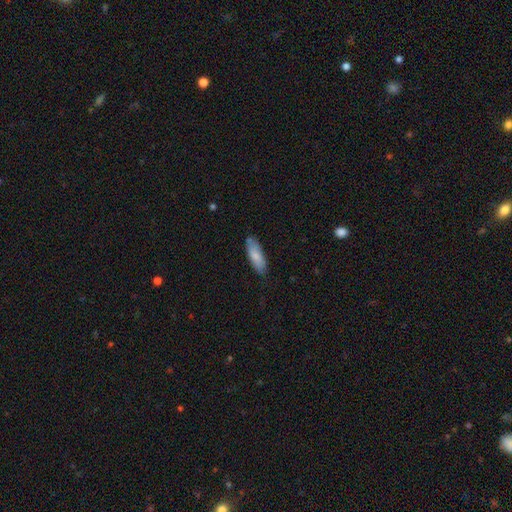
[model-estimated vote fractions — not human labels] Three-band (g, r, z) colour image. It shows a smooth galaxy with no disk features (79%) that is in between round and cigar-shaped (63%). Merging: none (78%).